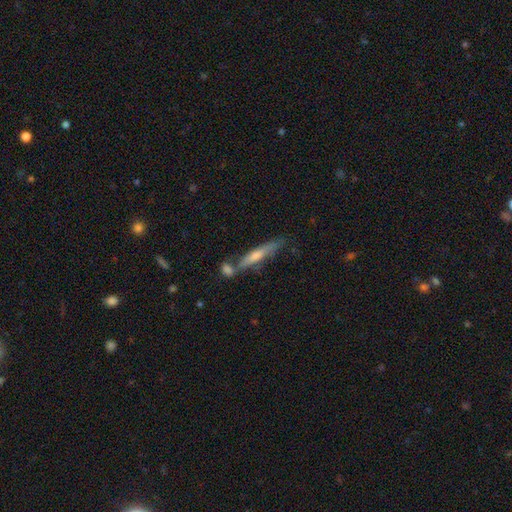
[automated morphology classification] Smooth or featured? featured or disk (54%)
Edge-on disk? yes (90%)
Merging? none (62%)